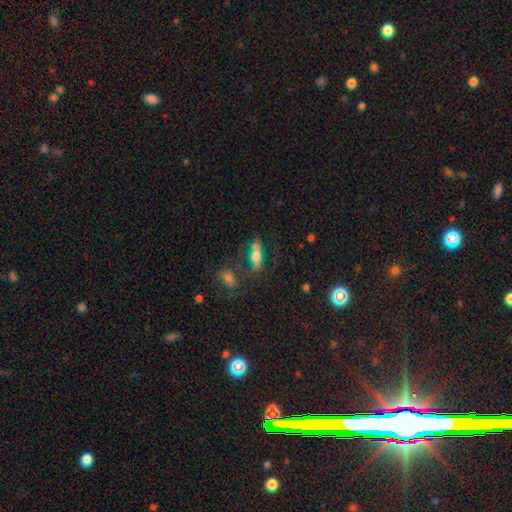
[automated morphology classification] Smooth or featured: smooth — 49% (featured or disk — 31%)
Merging: none — 50% (minor disturbance — 18%)